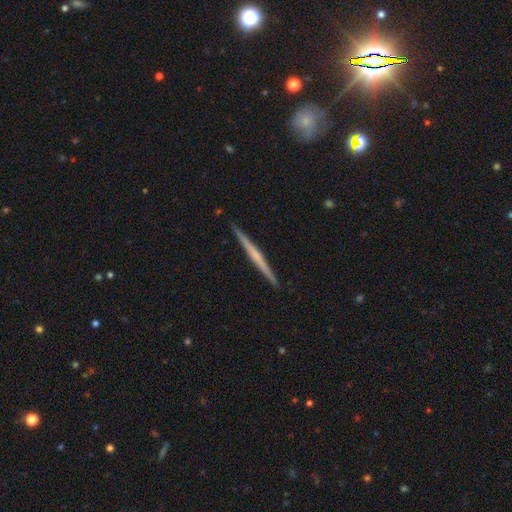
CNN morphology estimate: This appears to be a featured or disk galaxy (66%) viewed edge-on (98%) with no central bulge (62%). Merging: none (93%).